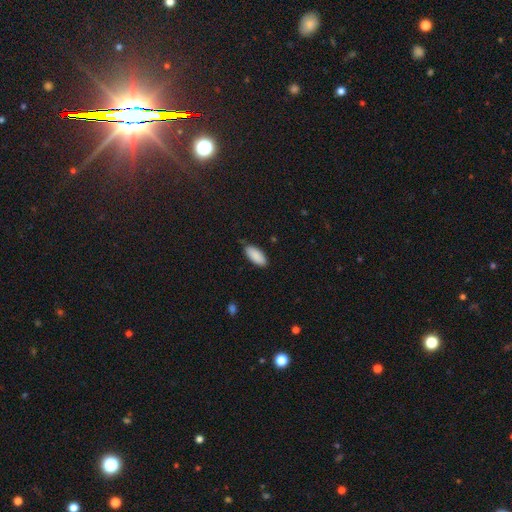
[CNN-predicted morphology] smooth_or_featured: smooth (p=0.89) [alt: star or artifact p=0.06]
how_rounded: in between (p=0.87) [alt: cigar-shaped p=0.11]
merging: none (p=0.82) [alt: minor disturbance p=0.14]